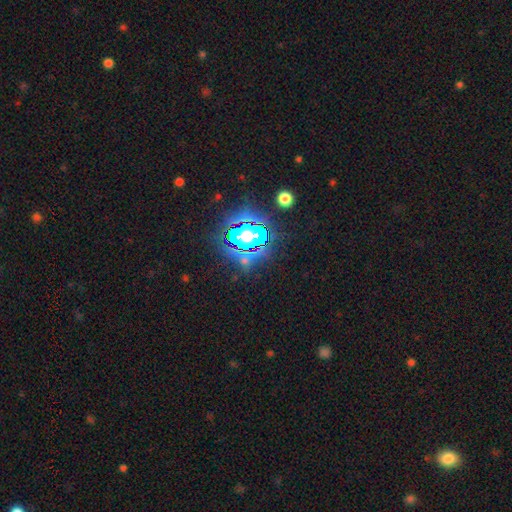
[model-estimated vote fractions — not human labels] This appears to be a star or artifact, not a galaxy (84%).